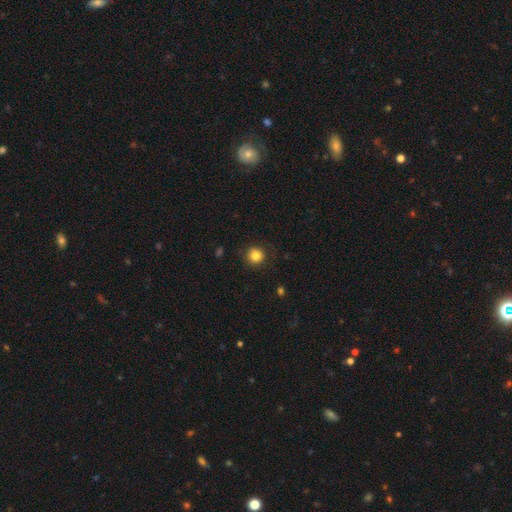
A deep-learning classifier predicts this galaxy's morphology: Smooth or featured? smooth (83%)
How rounded? round (93%)
Merging? none (89%)